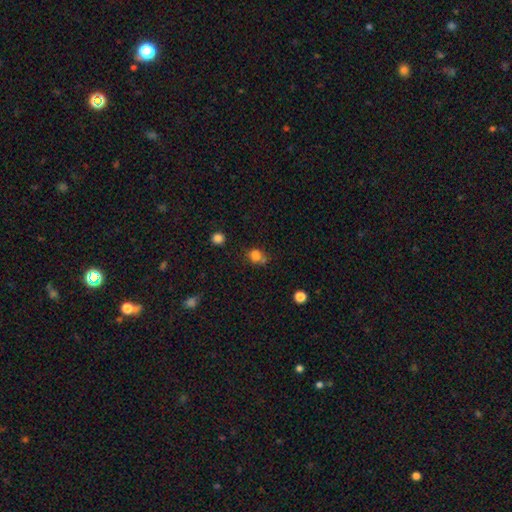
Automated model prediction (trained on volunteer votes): A smooth galaxy with no disk features (76%) that is round (56%).

Vote fractions:
- Smooth or featured? smooth: 76% / star or artifact: 14% / featured or disk: 10%
- How rounded? round: 56% / in between: 42% / cigar-shaped: 1%
- Merging? none: 44% / merger: 29% / minor disturbance: 19% / major disturbance: 8%